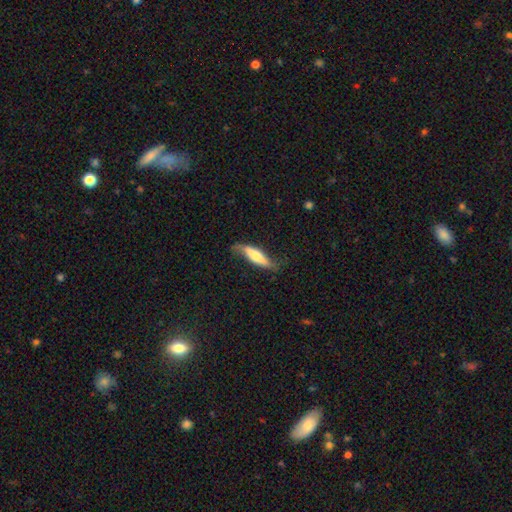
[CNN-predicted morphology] Q: Smooth or featured?
A: smooth (52%); runner-up: featured or disk (42%)
Q: How rounded?
A: cigar-shaped (64%); runner-up: in between (34%)
Q: Merging?
A: none (57%); runner-up: minor disturbance (30%)